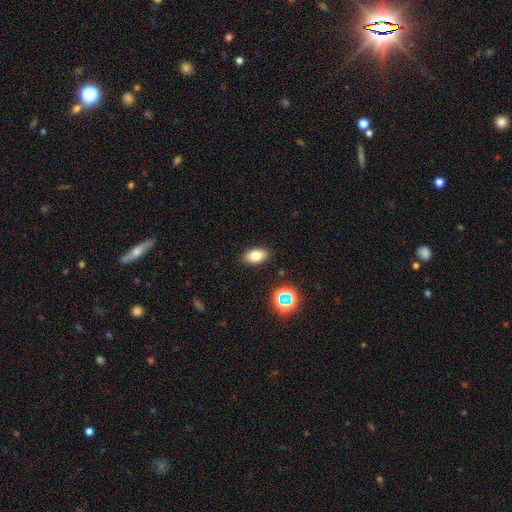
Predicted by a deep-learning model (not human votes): smooth 76%, featured or disk 12%, star or artifact 12%. Down the decision tree: how rounded — in between (89%); merging — none (87%).